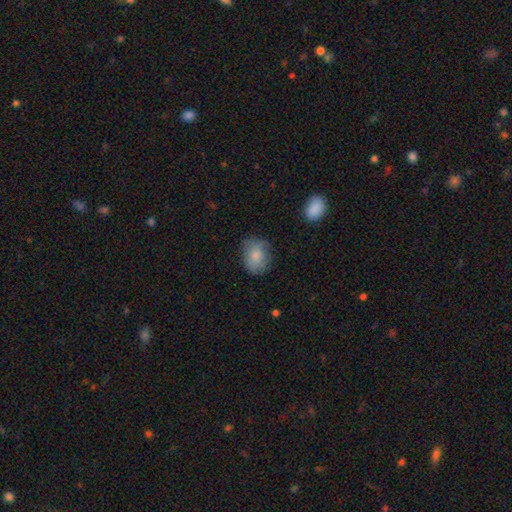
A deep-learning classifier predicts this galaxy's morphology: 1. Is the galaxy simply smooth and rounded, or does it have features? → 79% smooth, 13% featured or disk, 8% star or artifact.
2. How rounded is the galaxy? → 56% in between, 43% round, 1% cigar-shaped.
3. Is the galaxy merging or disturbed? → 68% none, 23% minor disturbance, 7% major disturbance, 2% merger.